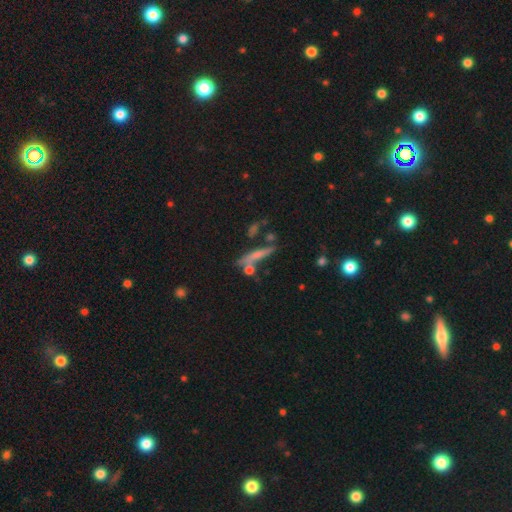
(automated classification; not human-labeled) Smooth or featured? smooth (46%)
Merging? none (59%)